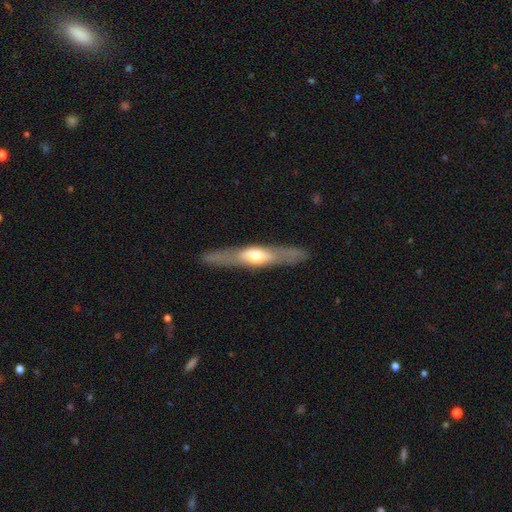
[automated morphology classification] This appears to be a featured or disk galaxy (61%) viewed edge-on (82%). Merging: none (85%).